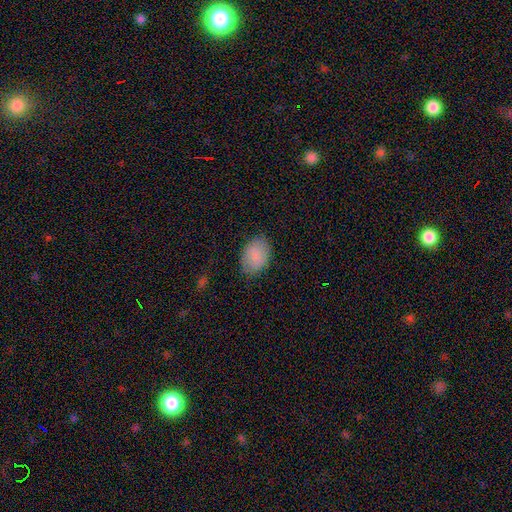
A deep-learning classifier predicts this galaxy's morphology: This appears to be a smooth galaxy with no disk features (87%) that is in between round and cigar-shaped (81%). Merging: none (79%).